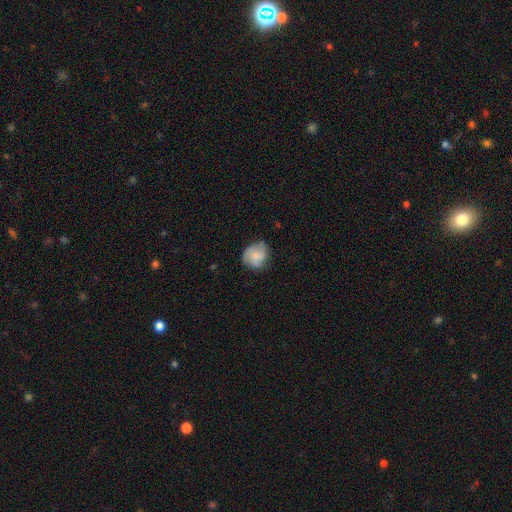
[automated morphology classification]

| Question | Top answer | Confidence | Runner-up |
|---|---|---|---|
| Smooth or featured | smooth | 60% | featured or disk (33%) |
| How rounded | round | 71% | in between (28%) |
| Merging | none | 63% | minor disturbance (27%) |